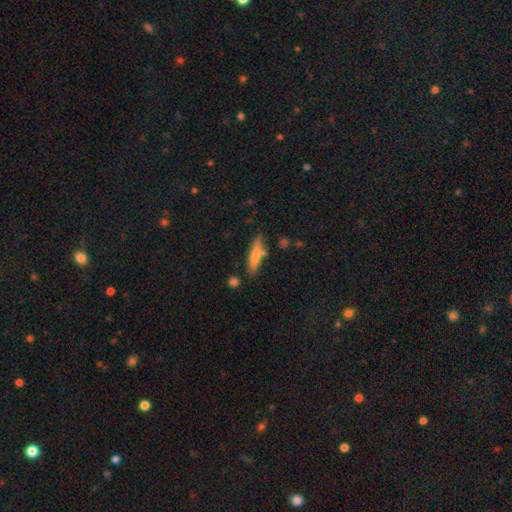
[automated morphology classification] This is likely a smooth galaxy (65%). How rounded: likely cigar-shaped (78%). Merging: likely none (73%).